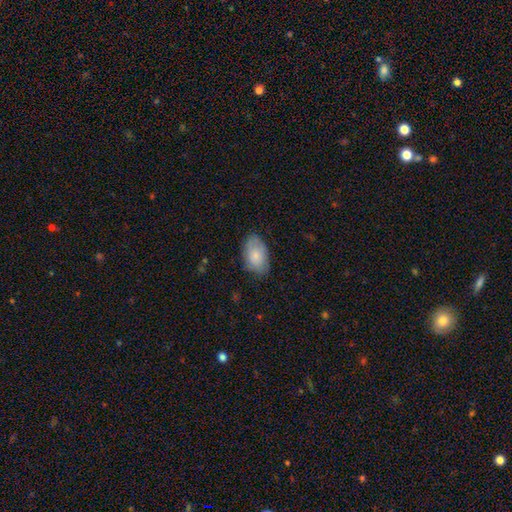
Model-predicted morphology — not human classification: Smooth or featured? Predicted: smooth (p=0.78). How rounded? Predicted: in between (p=0.93). Merging? Predicted: none (p=0.73).